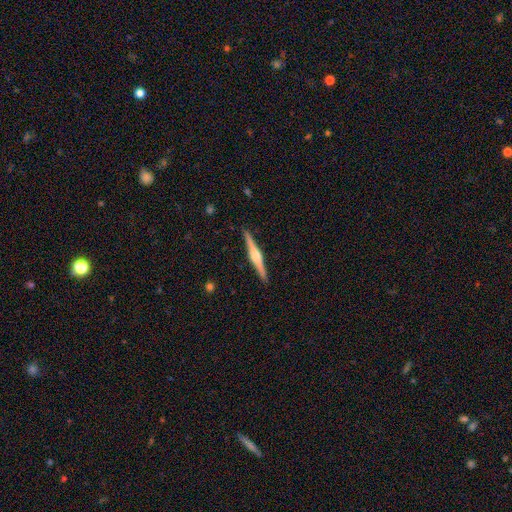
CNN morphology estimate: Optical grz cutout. It shows a featured or disk galaxy (77%) viewed edge-on (98%) with a rounded central bulge (86%). Merging: none (92%).